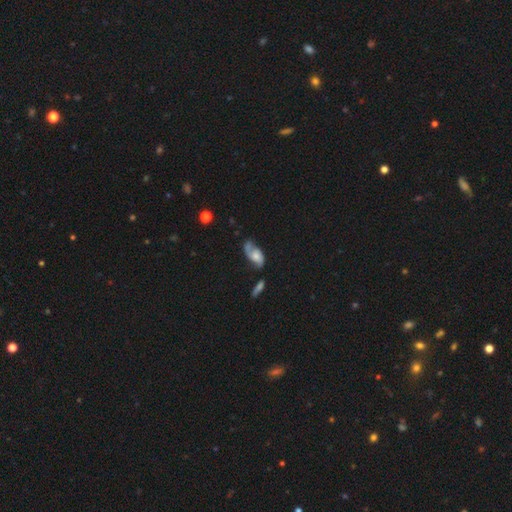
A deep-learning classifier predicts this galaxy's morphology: featured or disk 67%, smooth 26%, star or artifact 7%. Down the decision tree: edge-on disk — no (94%); bar — no (67%); spiral arms — yes (90%); spiral arm count — 2 (71%); spiral winding — loose (40%, tied with medium); bulge size — moderate (41%); merging — none (45%).